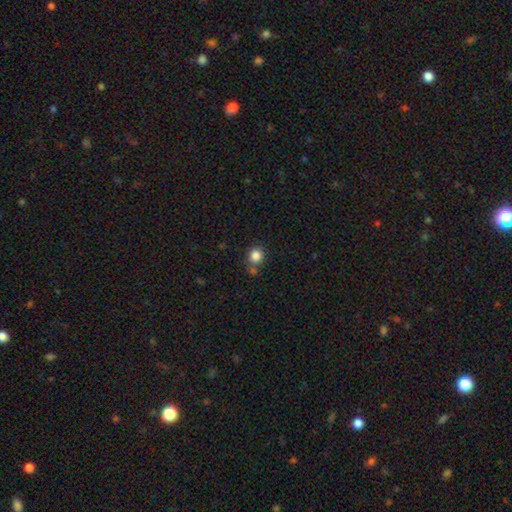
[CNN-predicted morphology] smooth 84%, star or artifact 11%, featured or disk 5%. Down the decision tree: how rounded — round (87%); merging — none (68%).